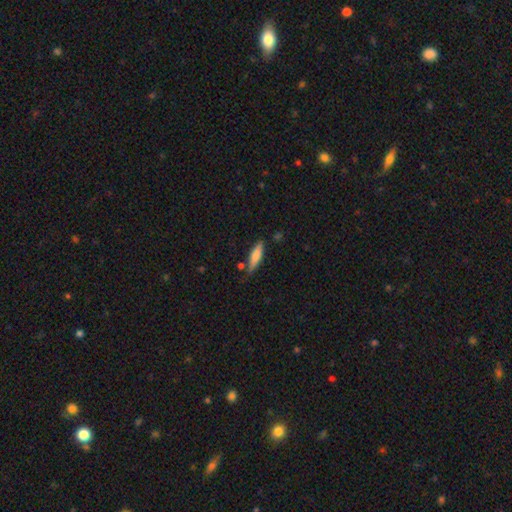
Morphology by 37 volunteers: Smooth or featured: smooth — 76% (featured or disk — 22%)
How rounded: cigar-shaped — 82% (in between — 14%)
Merging: none — 69% (minor disturbance — 25%)